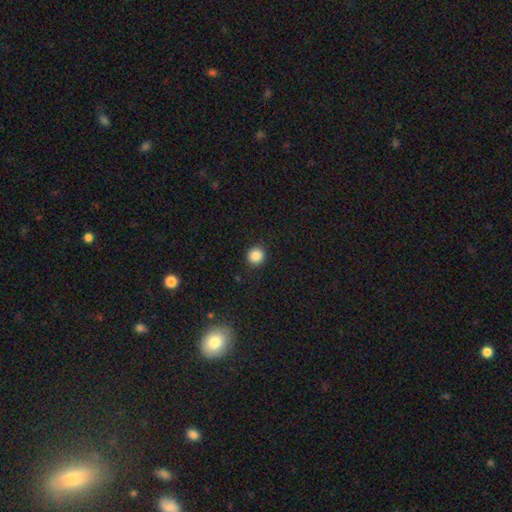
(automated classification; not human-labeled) Smooth or featured?
  - smooth: 86% *
  - star or artifact: 10%
  - featured or disk: 3%
How rounded?
  - round: 92% *
  - in between: 7%
  - cigar-shaped: 1%
Merging?
  - none: 91% *
  - minor disturbance: 6%
  - major disturbance: 2%
  - merger: 1%